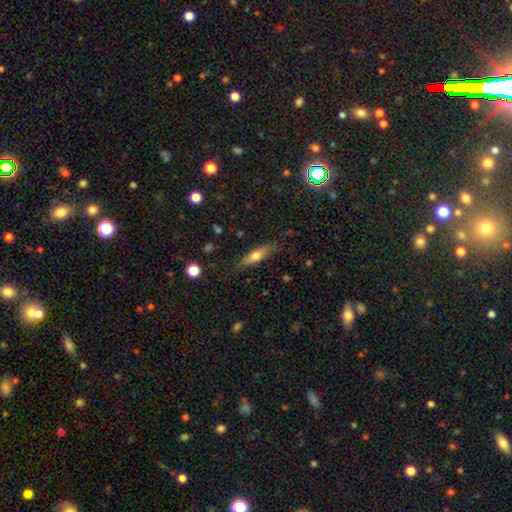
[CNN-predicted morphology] A smooth galaxy with no disk features (61%) that is cigar-shaped (59%).

Vote fractions:
- Smooth or featured? smooth: 61% / featured or disk: 33% / star or artifact: 7%
- How rounded? cigar-shaped: 59% / in between: 38% / round: 3%
- Merging? none: 80% / minor disturbance: 15% / major disturbance: 4% / merger: 2%